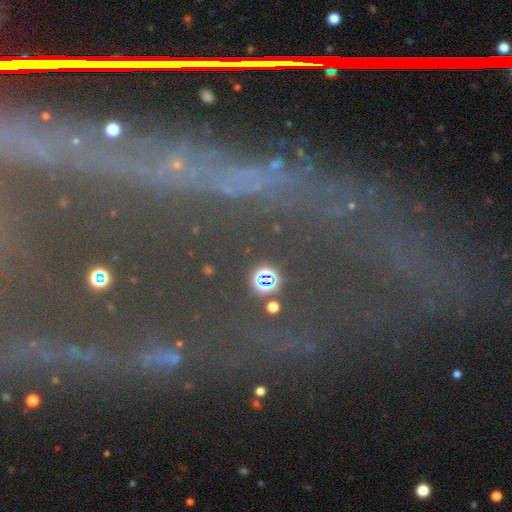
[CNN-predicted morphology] Smooth or featured? star or artifact (79%)